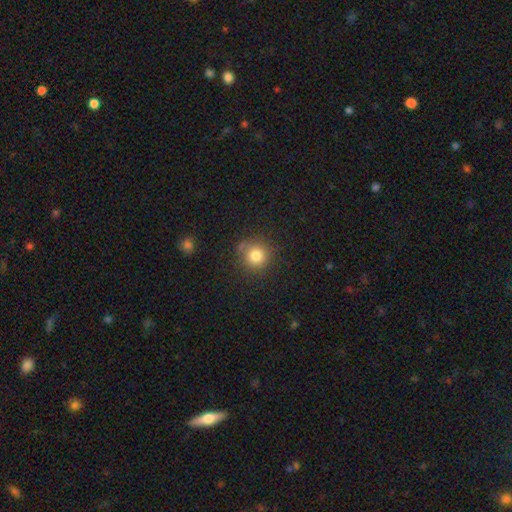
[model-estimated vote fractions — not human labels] Morphology: type=smooth (80%); roundness=round (93%); merging=none (79%).